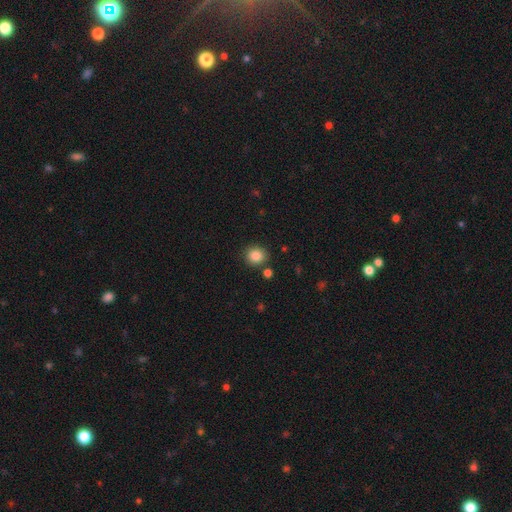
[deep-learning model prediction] Smooth or featured?
  - smooth: 86% *
  - star or artifact: 10%
  - featured or disk: 4%
How rounded?
  - round: 84% *
  - in between: 16%
  - cigar-shaped: 1%
Merging?
  - none: 84% *
  - minor disturbance: 8%
  - merger: 5%
  - major disturbance: 3%